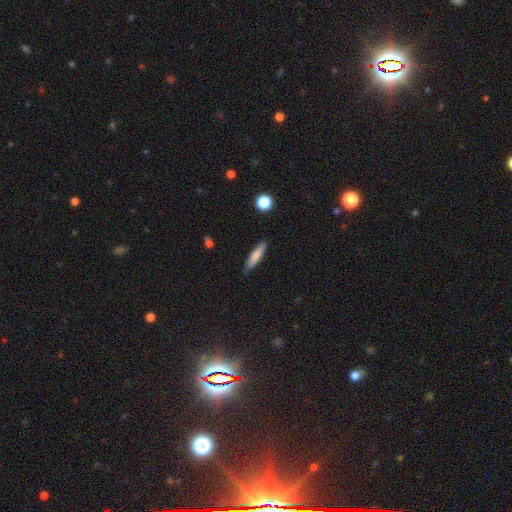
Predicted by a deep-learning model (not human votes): smooth 80%, featured or disk 14%, star or artifact 7%. Down the decision tree: how rounded — cigar-shaped (81%); merging — none (84%).